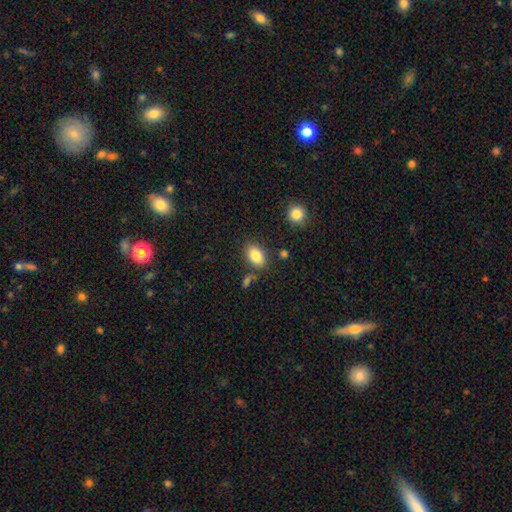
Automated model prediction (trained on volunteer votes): smooth-or-featured: smooth: 84% | star or artifact: 8% | featured or disk: 8%
  how-rounded: in between: 89% | round: 10% | cigar-shaped: 2%
  merging: none: 81% | minor disturbance: 11% | merger: 5% | major disturbance: 3%